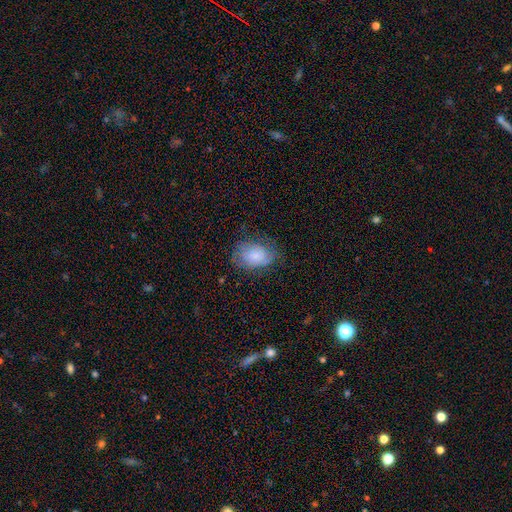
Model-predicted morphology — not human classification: A smooth galaxy with no disk features (64%) that is in between round and cigar-shaped (79%).

Vote fractions:
- Smooth or featured? smooth: 64% / featured or disk: 27% / star or artifact: 8%
- How rounded? in between: 79% / round: 20% / cigar-shaped: 1%
- Merging? none: 65% / minor disturbance: 24% / major disturbance: 11% / merger: 1%